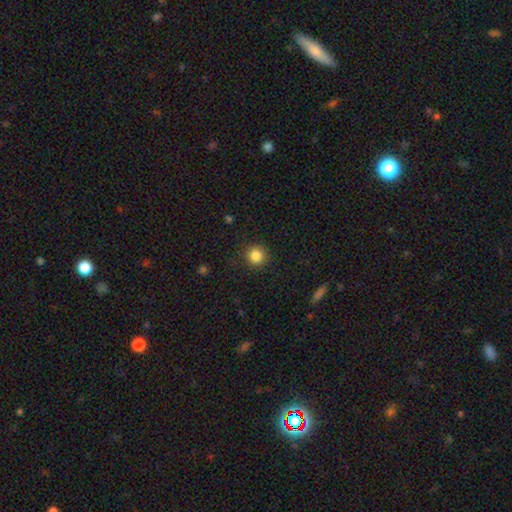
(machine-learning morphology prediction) This is clearly a smooth galaxy (85%). How rounded: clearly round (93%). Merging: clearly none (90%).